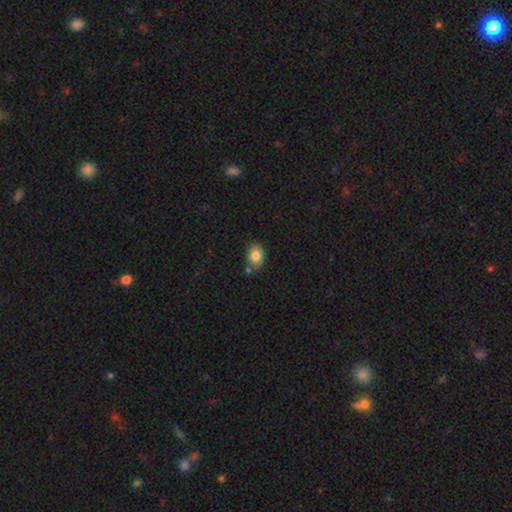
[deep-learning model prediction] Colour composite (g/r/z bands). It shows a smooth galaxy with no disk features (83%) that is in between round and cigar-shaped (72%). Merging: none (68%).